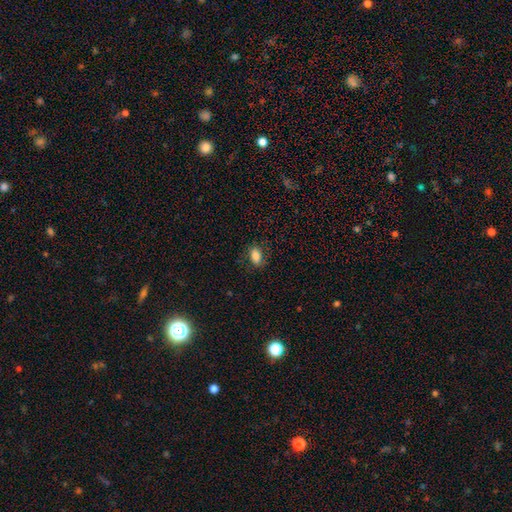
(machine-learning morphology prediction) smooth_or_featured: smooth (p=0.84) [alt: star or artifact p=0.09]
how_rounded: in between (p=0.86) [alt: round p=0.11]
merging: none (p=0.80) [alt: minor disturbance p=0.15]